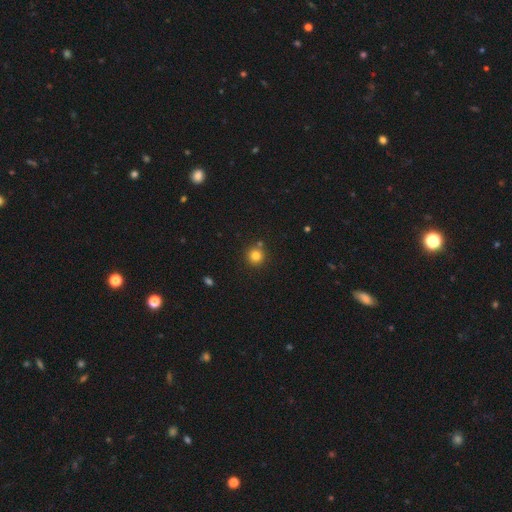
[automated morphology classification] Smooth or featured: smooth — 81% (star or artifact — 13%)
How rounded: round — 95% (in between — 4%)
Merging: none — 83% (merger — 8%)